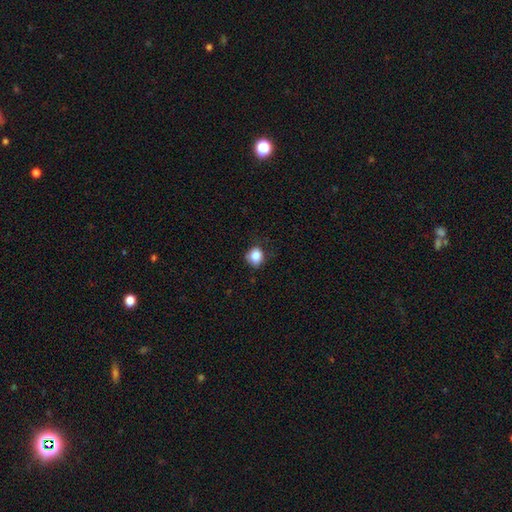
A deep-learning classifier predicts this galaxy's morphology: Smooth or featured: smooth — 85% (star or artifact — 10%)
How rounded: round — 73% (in between — 26%)
Merging: none — 67% (minor disturbance — 26%)